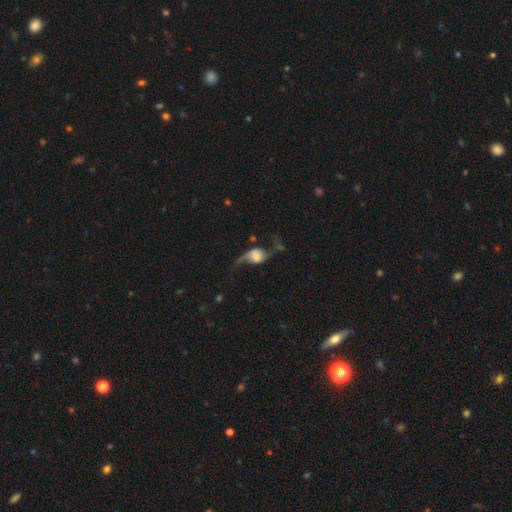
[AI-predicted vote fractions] Morphology: type=featured or disk (72%); edge-on=no (93%); bar=no (57%); spiral arms=yes (93%); winding=loose (91%); arm count=2 (91%); bulge=large (30%); merging=none (54%).